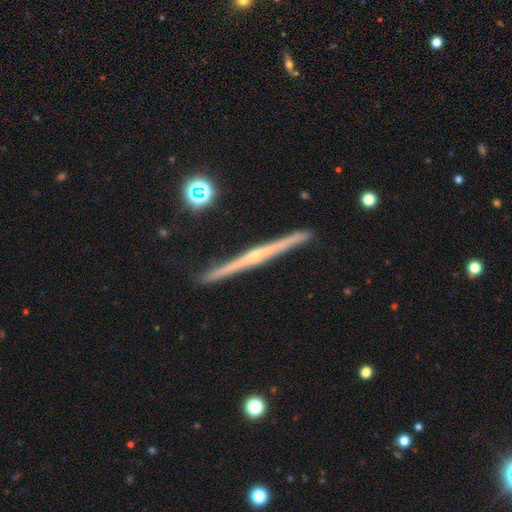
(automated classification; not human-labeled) smooth_or_featured: featured or disk (p=0.81) [alt: smooth p=0.14]
disk_edge_on: yes (p=0.98) [alt: no p=0.02]
edge_on_bulge: rounded (p=0.61) [alt: none p=0.34]
merging: none (p=0.91) [alt: minor disturbance p=0.06]